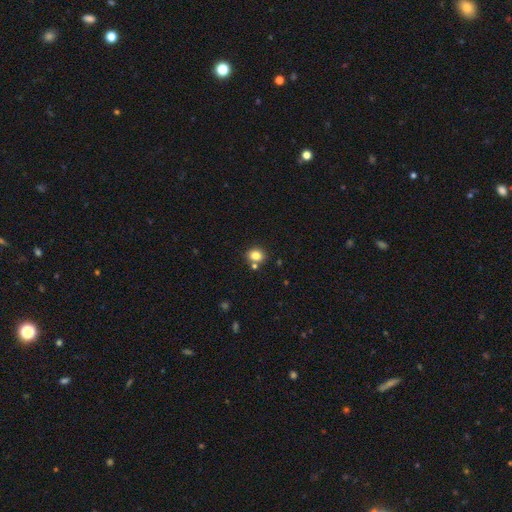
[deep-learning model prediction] smooth_or_featured: smooth (p=0.82) [alt: star or artifact p=0.12]
how_rounded: round (p=0.66) [alt: in between p=0.33]
merging: none (p=0.73) [alt: merger p=0.14]